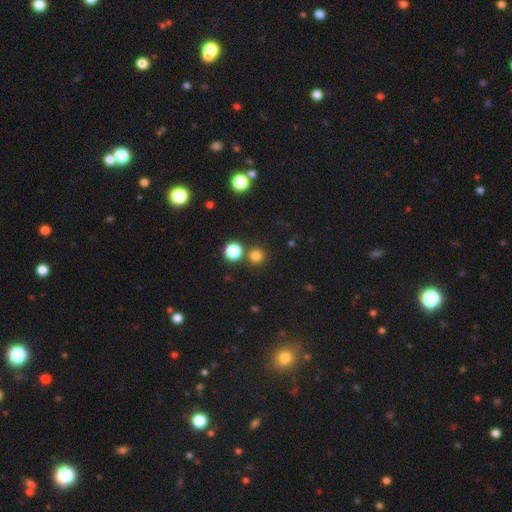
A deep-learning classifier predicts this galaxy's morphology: Smooth or featured? smooth (77%)
How rounded? round (94%)
Merging? none (81%)